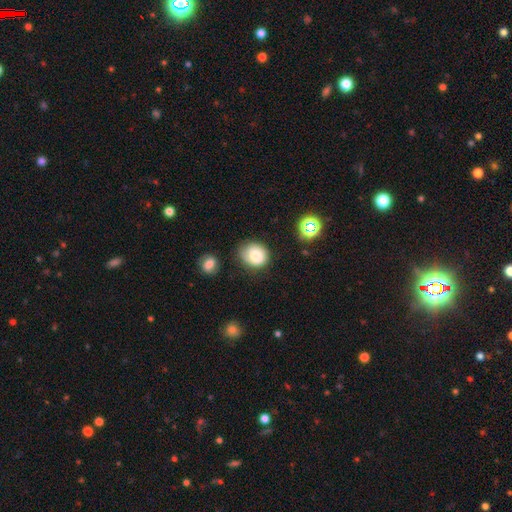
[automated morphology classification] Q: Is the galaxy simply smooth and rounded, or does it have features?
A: smooth — 68%.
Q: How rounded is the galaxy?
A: round — 64%.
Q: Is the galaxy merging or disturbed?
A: none — 64%.